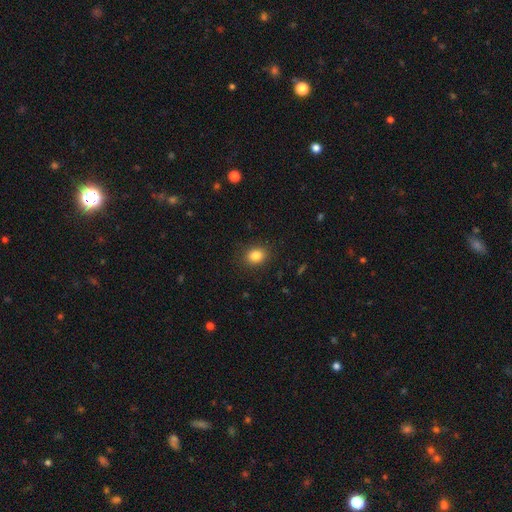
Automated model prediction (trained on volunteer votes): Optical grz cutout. It shows a smooth galaxy with no disk features (84%) that is round (51%). Merging: none (88%).